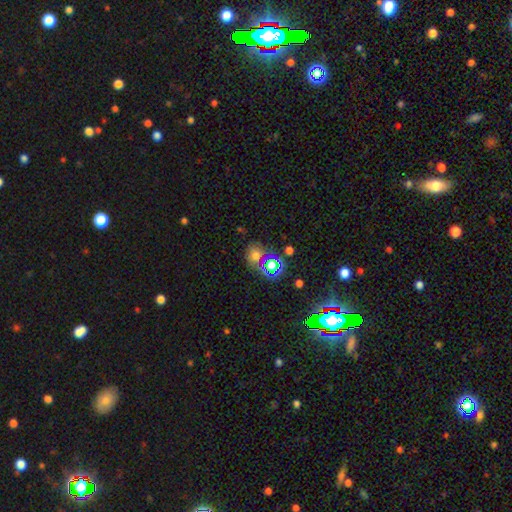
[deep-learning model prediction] Smooth or featured? smooth (57%)
How rounded? round (67%)
Merging? none (63%)